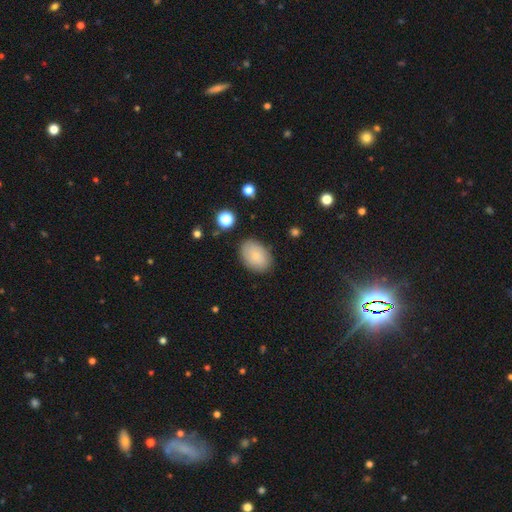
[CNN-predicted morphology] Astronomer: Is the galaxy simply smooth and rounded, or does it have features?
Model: smooth — 83%.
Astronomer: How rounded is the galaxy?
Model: in between — 85%.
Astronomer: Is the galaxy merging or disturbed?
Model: none — 84%.